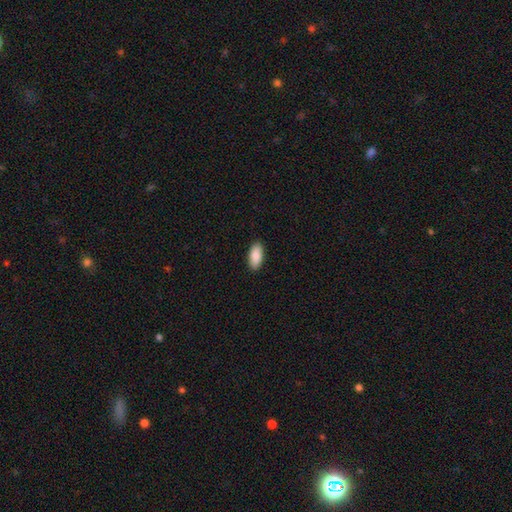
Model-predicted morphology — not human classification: smooth-or-featured: smooth: 88% | star or artifact: 6% | featured or disk: 6%
  how-rounded: in between: 90% | cigar-shaped: 8% | round: 2%
  merging: none: 90% | minor disturbance: 7% | major disturbance: 2% | merger: 1%